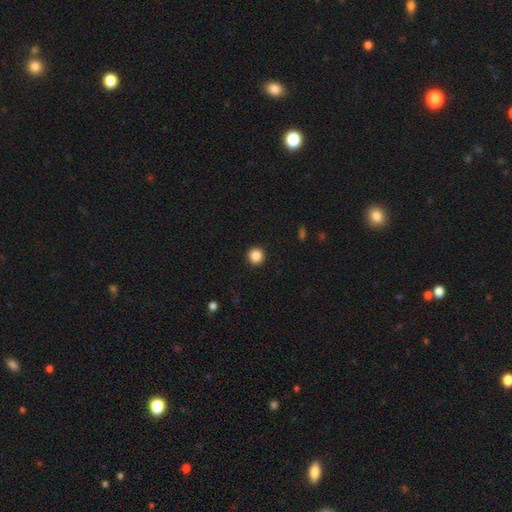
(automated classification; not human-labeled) Overall: smooth (87%). How rounded: round (94%). Merging: none (93%).